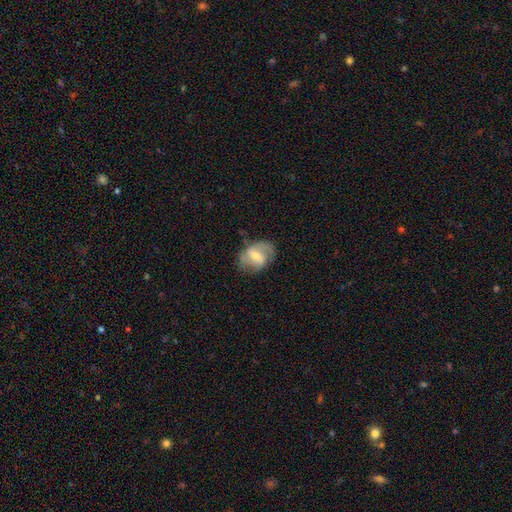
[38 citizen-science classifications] Smooth or featured? 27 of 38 (71%) said featured or disk. Edge-on disk? 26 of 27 (96%) said no. Bar? 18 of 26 (69%) said weak. Spiral arms? 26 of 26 (100%) said yes. Spiral winding? 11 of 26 (42%) said medium. Spiral arm count? 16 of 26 (62%) said 2. Bulge size? 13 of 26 (50%) said moderate. Merging? 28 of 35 (80%) said none.